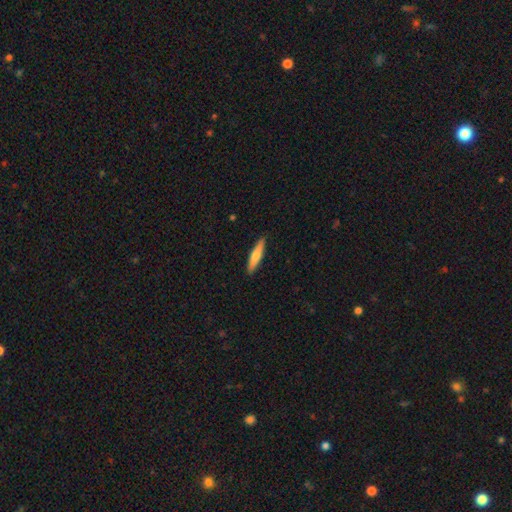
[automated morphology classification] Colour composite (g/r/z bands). It shows a smooth galaxy with no disk features (67%) that is cigar-shaped (86%). Merging: none (90%).